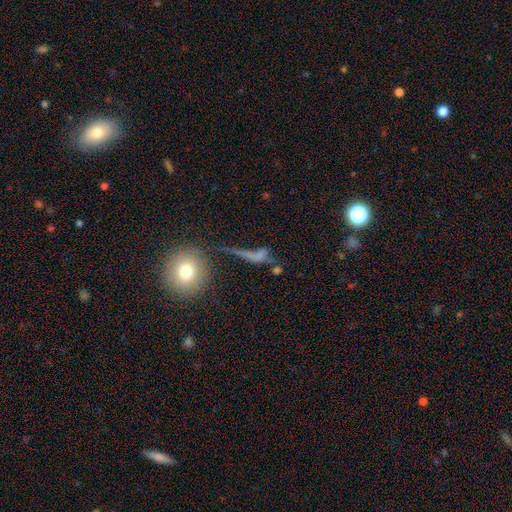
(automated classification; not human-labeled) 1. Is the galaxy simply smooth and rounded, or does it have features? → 47% smooth, 31% featured or disk, 22% star or artifact.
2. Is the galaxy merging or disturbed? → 42% none, 23% major disturbance, 20% merger, 15% minor disturbance.